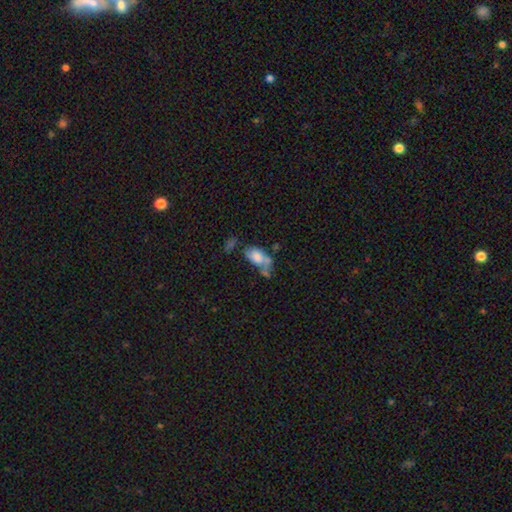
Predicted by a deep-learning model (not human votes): The model was most divided on "merging": merger: 36%, none: 26%, major disturbance: 20%, minor disturbance: 18%. More confident: how rounded — in between (85%); smooth or featured — smooth (64%).